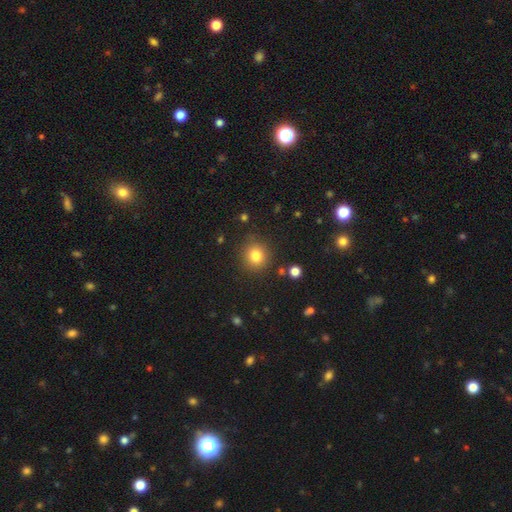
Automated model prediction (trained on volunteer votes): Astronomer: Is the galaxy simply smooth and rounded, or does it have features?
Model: smooth — 81%.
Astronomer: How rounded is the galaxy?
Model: round — 89%.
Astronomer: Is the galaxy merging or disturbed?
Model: none — 86%.